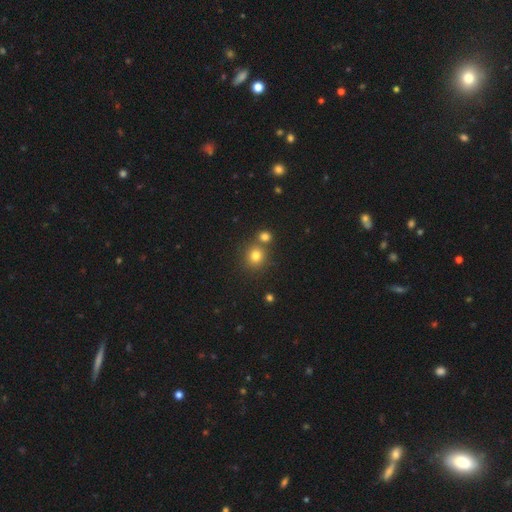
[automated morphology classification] smooth_or_featured: smooth (p=0.79) [alt: star or artifact p=0.14]
how_rounded: round (p=0.87) [alt: in between p=0.12]
merging: none (p=0.67) [alt: merger p=0.23]